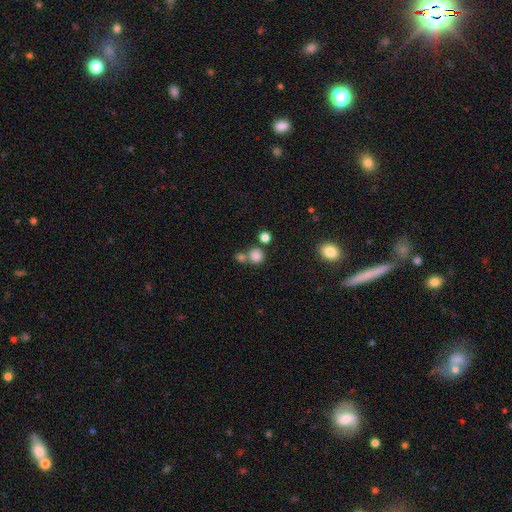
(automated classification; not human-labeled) Smooth or featured? Predicted: smooth (p=0.81). How rounded? Predicted: round (p=0.88). Merging? Predicted: none (p=0.59).